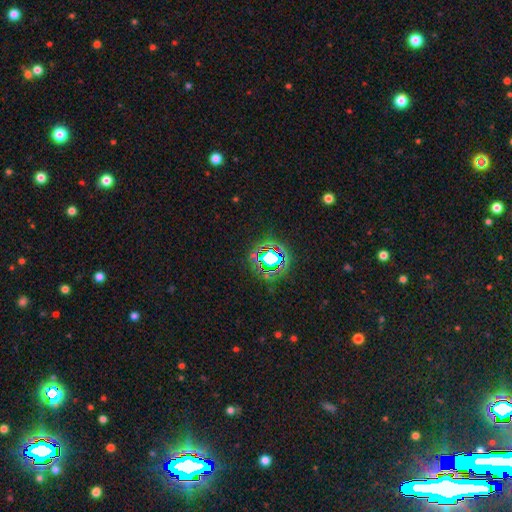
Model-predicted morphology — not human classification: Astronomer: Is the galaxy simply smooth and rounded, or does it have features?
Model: star or artifact — 78%.